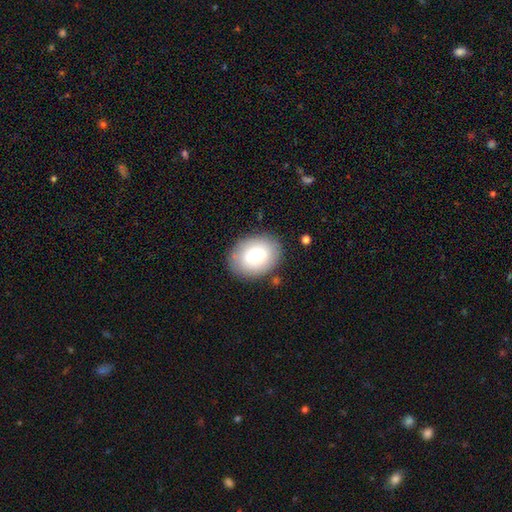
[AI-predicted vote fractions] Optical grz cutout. It shows a smooth galaxy with no disk features (73%) that is in between round and cigar-shaped (62%). Merging: none (84%).